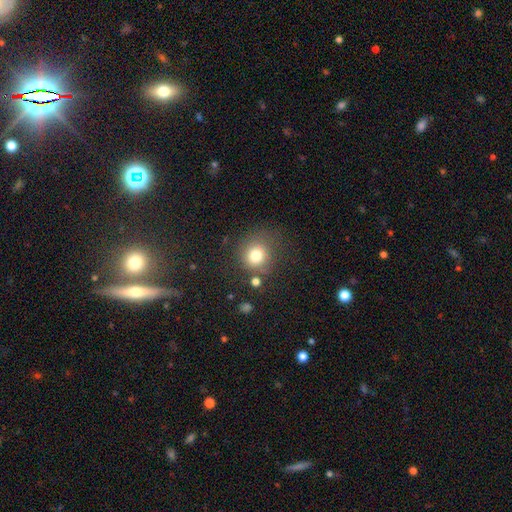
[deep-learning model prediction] A smooth galaxy with no disk features (78%) that is round (86%).

Vote fractions:
- Smooth or featured? smooth: 78% / star or artifact: 13% / featured or disk: 9%
- How rounded? round: 86% / in between: 13% / cigar-shaped: 1%
- Merging? none: 70% / minor disturbance: 16% / major disturbance: 7% / merger: 7%